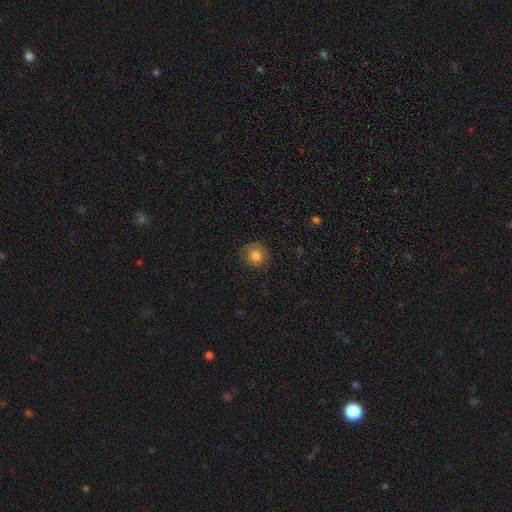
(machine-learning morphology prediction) smooth_or_featured: smooth (p=0.80) [alt: star or artifact p=0.11]
how_rounded: round (p=0.91) [alt: in between p=0.08]
merging: none (p=0.81) [alt: minor disturbance p=0.14]